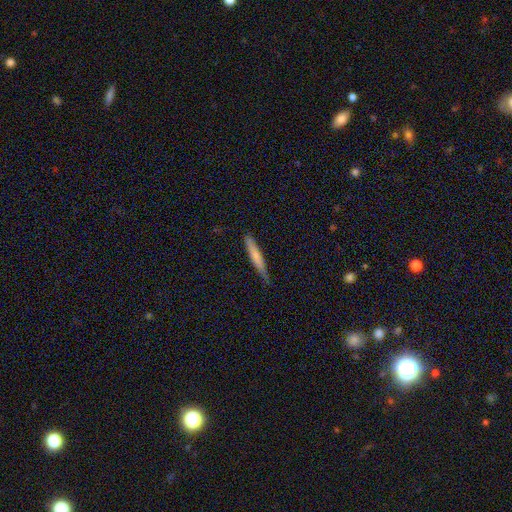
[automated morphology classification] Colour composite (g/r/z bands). It shows a smooth galaxy with no disk features (67%) that is cigar-shaped (94%). Merging: none (80%).